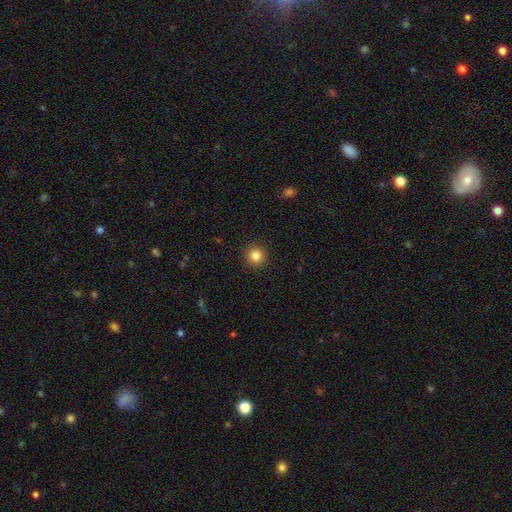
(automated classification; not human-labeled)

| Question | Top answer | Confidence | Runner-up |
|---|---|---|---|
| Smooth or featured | smooth | 85% | star or artifact (11%) |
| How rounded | round | 94% | in between (5%) |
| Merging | none | 92% | minor disturbance (5%) |